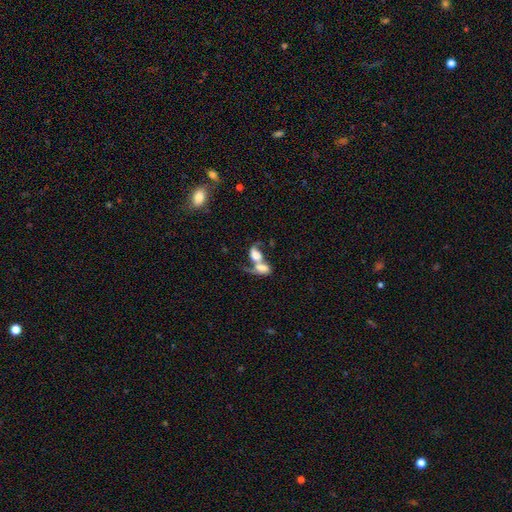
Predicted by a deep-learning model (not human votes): Smooth or featured?
  - smooth: 52% *
  - featured or disk: 38%
  - star or artifact: 11%
How rounded?
  - in between: 82% *
  - round: 14%
  - cigar-shaped: 5%
Merging?
  - merger: 76% *
  - none: 10%
  - major disturbance: 9%
  - minor disturbance: 5%